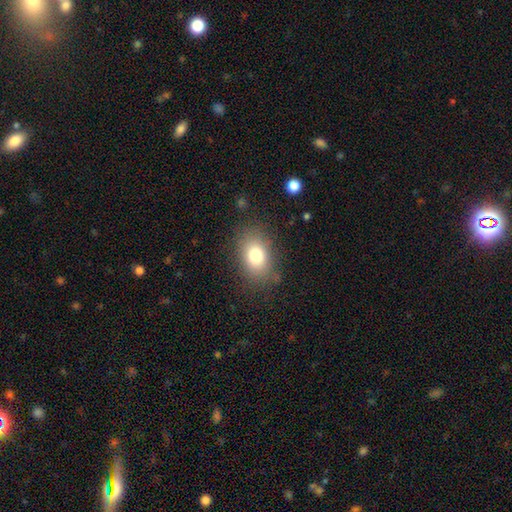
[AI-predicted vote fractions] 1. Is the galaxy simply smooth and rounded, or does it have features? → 78% smooth, 11% featured or disk, 11% star or artifact.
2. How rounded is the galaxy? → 77% in between, 21% round, 1% cigar-shaped.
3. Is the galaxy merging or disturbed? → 80% none, 13% minor disturbance, 5% major disturbance, 1% merger.